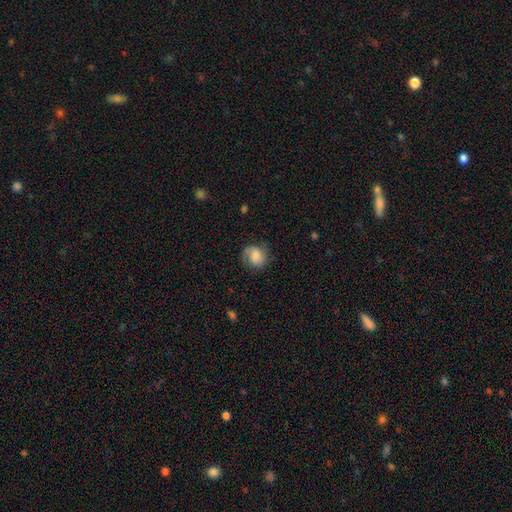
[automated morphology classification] smooth-or-featured: smooth: 55% | featured or disk: 37% | star or artifact: 8%
  how-rounded: round: 73% | in between: 26% | cigar-shaped: 1%
  merging: none: 65% | minor disturbance: 22% | major disturbance: 11% | merger: 1%